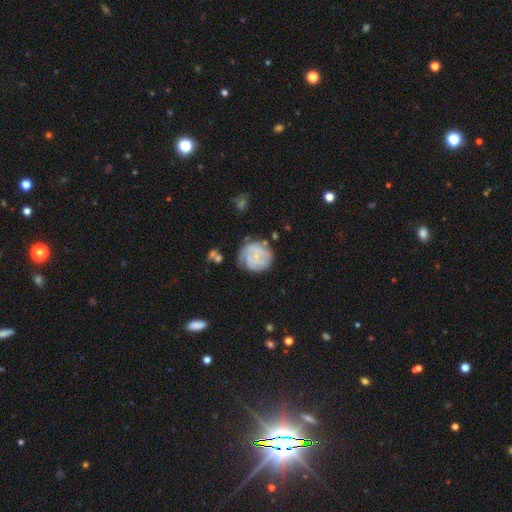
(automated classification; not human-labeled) The model was most divided on "spiral arm count": can't tell: 43%, 2: 21%, 3: 18%, 1: 7%, 4: 6%, more than 4: 4%. More confident: edge-on disk — no (98%); spiral arms — yes (82%); bulge size — small (70%); bar — no (69%); spiral winding — tight (63%); smooth or featured — featured or disk (63%); merging — none (60%).